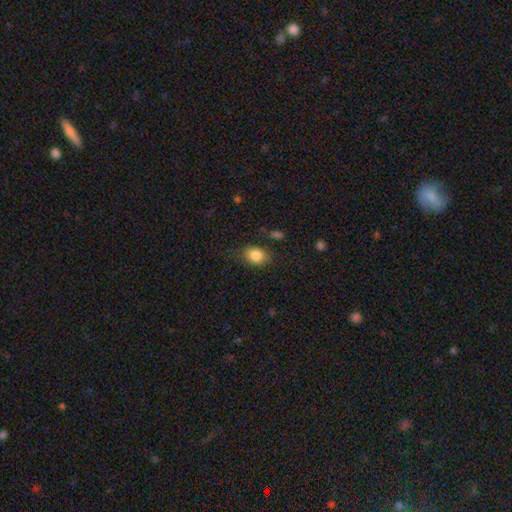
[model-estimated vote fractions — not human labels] smooth 84%, star or artifact 9%, featured or disk 8%. Down the decision tree: how rounded — in between (68%); merging — none (78%).